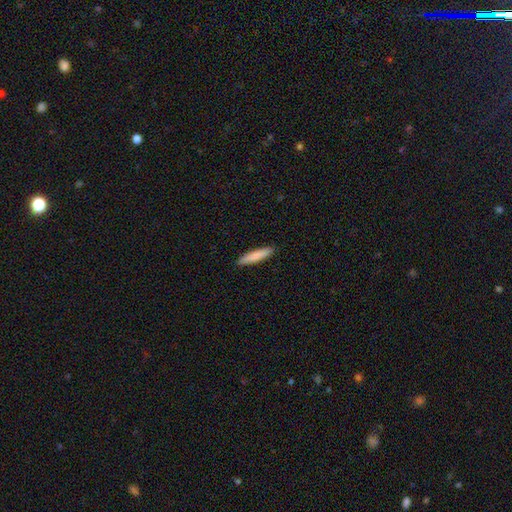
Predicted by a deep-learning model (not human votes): This appears to be a smooth galaxy with no disk features (83%) that is cigar-shaped (88%). Merging: none (91%).